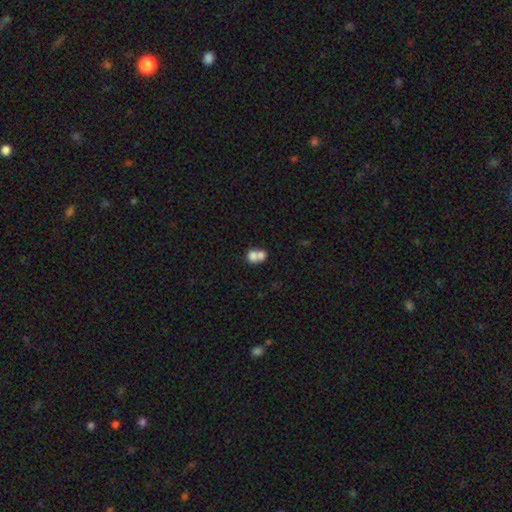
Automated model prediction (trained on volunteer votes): smooth 72%, featured or disk 18%, star or artifact 10%. Down the decision tree: how rounded — round (61%); merging — merger (69%).